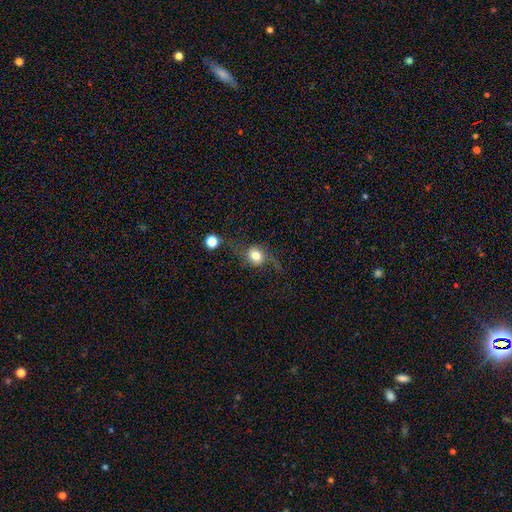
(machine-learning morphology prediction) Overall: smooth (65%). How rounded: round (67%; in between 31%). Merging: none (51%; minor disturbance 22%).